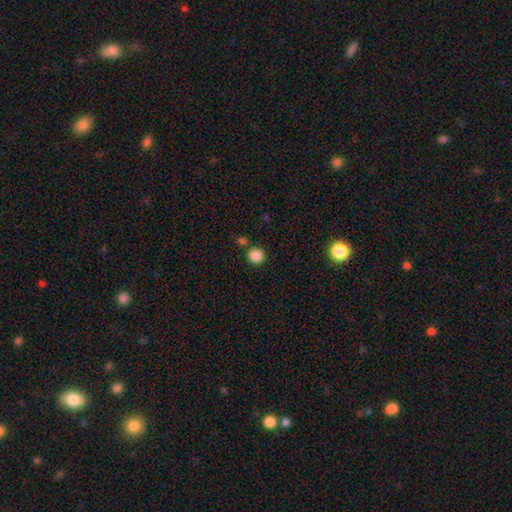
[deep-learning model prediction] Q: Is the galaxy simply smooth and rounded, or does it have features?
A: smooth — 87%.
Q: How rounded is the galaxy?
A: round — 89%.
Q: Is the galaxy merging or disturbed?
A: none — 80%.